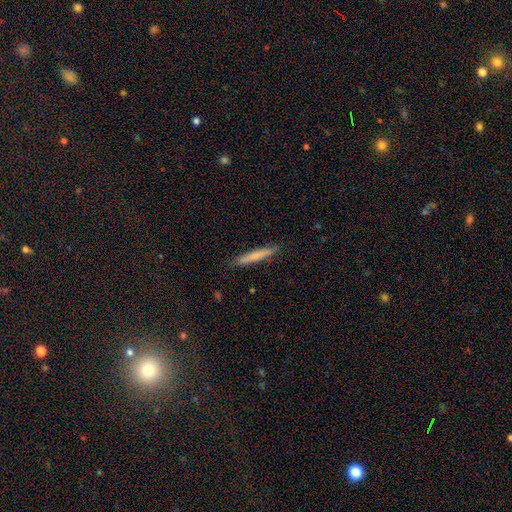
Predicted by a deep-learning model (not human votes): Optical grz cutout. It shows a smooth galaxy with no disk features (72%) that is cigar-shaped (95%). Merging: none (88%).